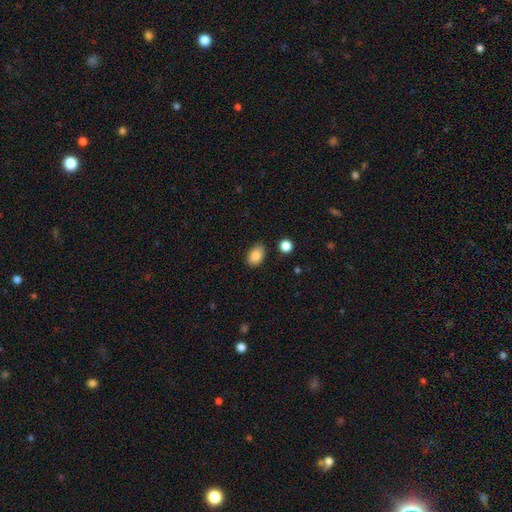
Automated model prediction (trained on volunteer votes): A smooth galaxy with no disk features (87%) that is in between round and cigar-shaped (87%). Merging: none (83%).